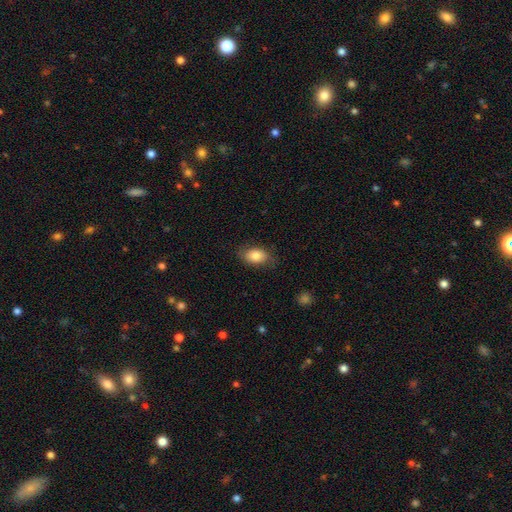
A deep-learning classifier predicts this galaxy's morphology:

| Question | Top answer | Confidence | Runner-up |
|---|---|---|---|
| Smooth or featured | smooth | 82% | featured or disk (11%) |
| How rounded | in between | 86% | round (13%) |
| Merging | none | 78% | minor disturbance (17%) |